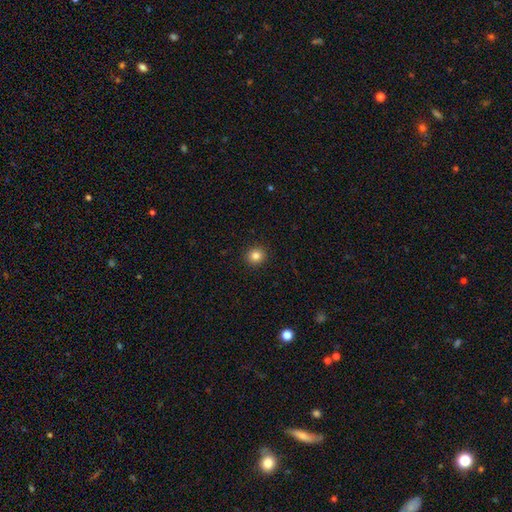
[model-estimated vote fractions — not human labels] Smooth or featured: smooth — 84% (star or artifact — 11%)
How rounded: round — 90% (in between — 9%)
Merging: none — 93% (minor disturbance — 4%)